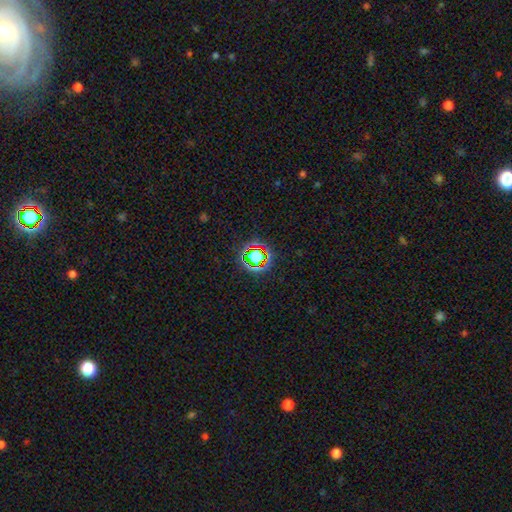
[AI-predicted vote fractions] Smooth or featured: star or artifact — 63% (smooth — 25%)